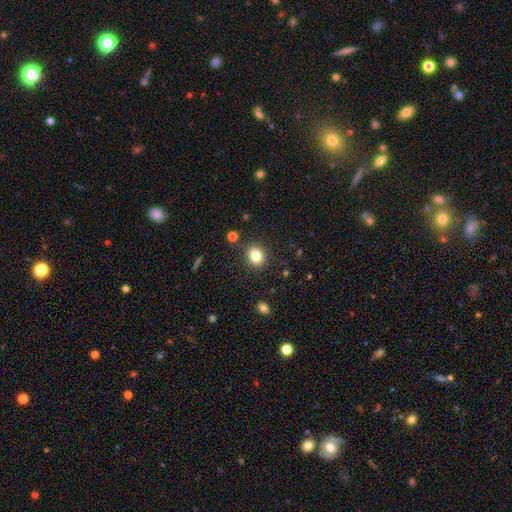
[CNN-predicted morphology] The model was most divided on "how rounded": round: 71%, in between: 28%, cigar-shaped: 1%. More confident: merging — none (88%); smooth or featured — smooth (82%).